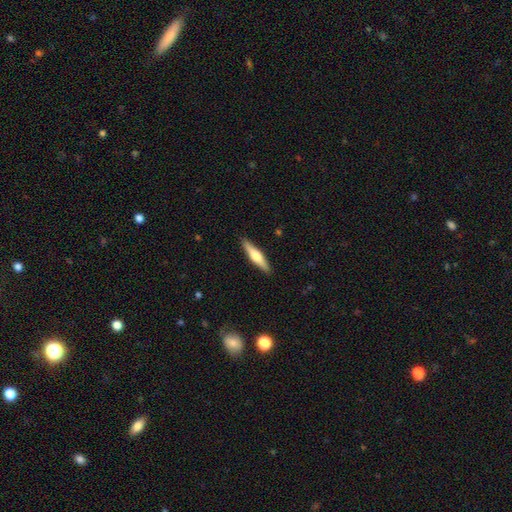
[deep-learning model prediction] A featured or disk galaxy (48%). Merging: none (90%).